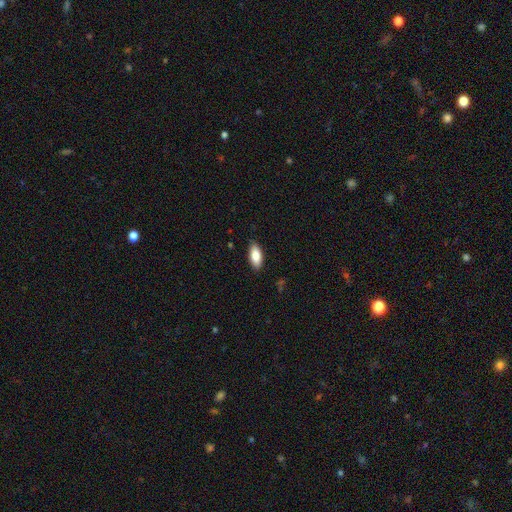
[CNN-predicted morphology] Smooth or featured? Predicted: smooth (p=0.83). How rounded? Predicted: in between (p=0.84). Merging? Predicted: none (p=0.86).